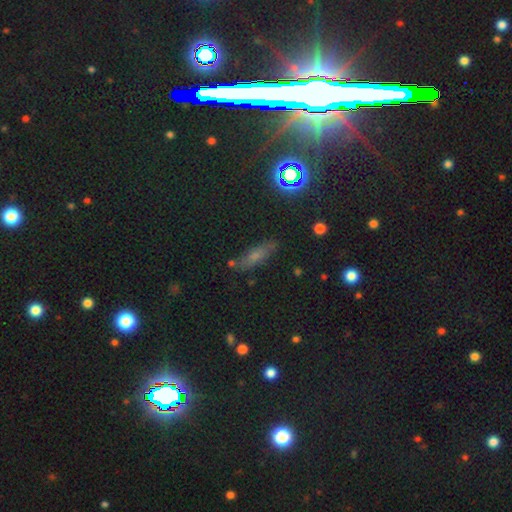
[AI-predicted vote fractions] Smooth or featured?
  - smooth: 56% *
  - star or artifact: 25%
  - featured or disk: 20%
How rounded?
  - cigar-shaped: 55% *
  - in between: 38%
  - round: 6%
Merging?
  - none: 79% *
  - minor disturbance: 14%
  - major disturbance: 4%
  - merger: 3%